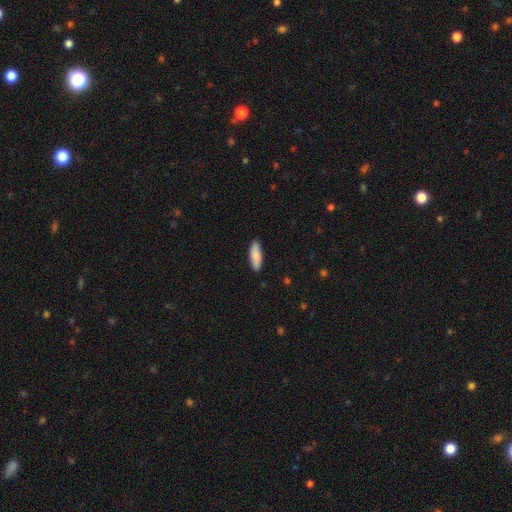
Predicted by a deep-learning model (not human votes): smooth 88%, featured or disk 7%, star or artifact 5%. Down the decision tree: how rounded — in between (54%); merging — none (89%).